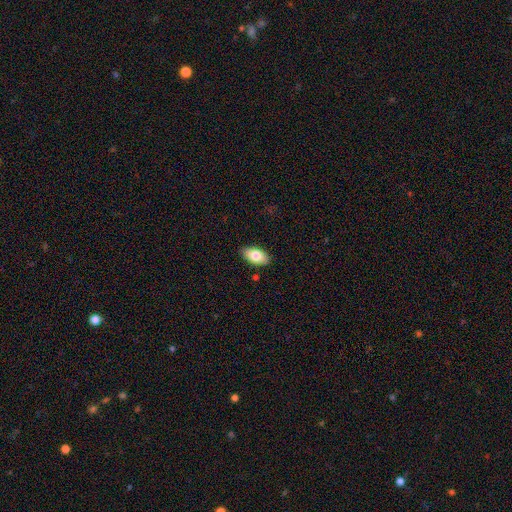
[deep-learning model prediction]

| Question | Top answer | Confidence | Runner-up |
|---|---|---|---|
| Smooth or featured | smooth | 80% | featured or disk (13%) |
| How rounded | in between | 94% | round (3%) |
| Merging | none | 88% | minor disturbance (9%) |